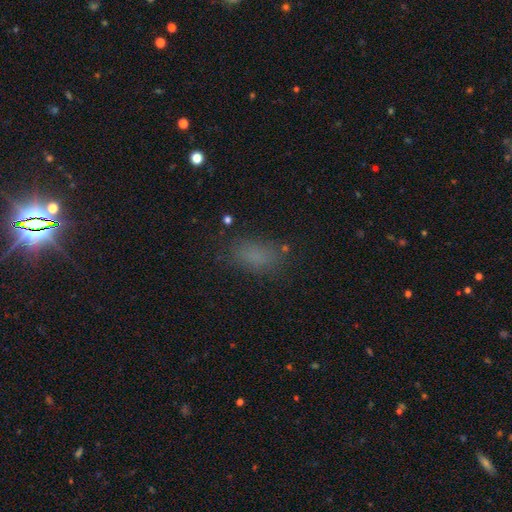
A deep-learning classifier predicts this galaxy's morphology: Smooth or featured?
  - smooth: 77% *
  - star or artifact: 16%
  - featured or disk: 7%
How rounded?
  - in between: 87% *
  - round: 7%
  - cigar-shaped: 6%
Merging?
  - none: 76% *
  - minor disturbance: 15%
  - major disturbance: 7%
  - merger: 2%